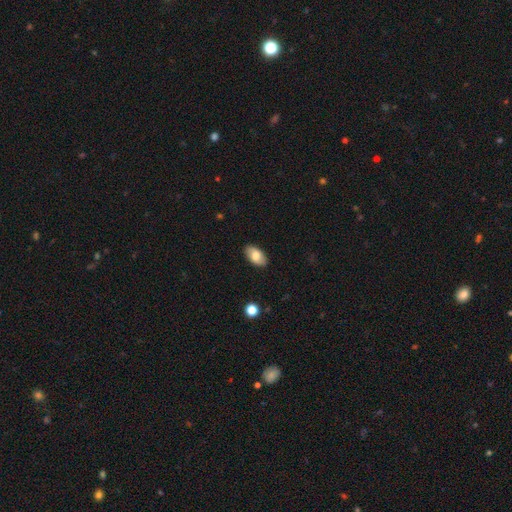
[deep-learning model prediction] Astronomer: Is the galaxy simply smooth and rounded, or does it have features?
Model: smooth — 73%.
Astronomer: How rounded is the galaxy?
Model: in between — 94%.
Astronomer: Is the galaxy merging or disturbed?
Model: none — 87%.